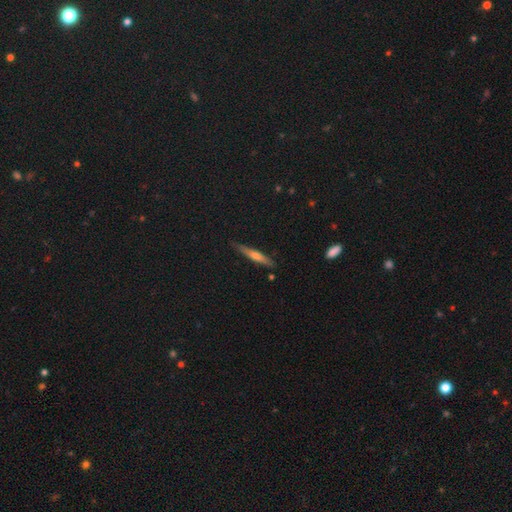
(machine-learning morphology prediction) type=featured or disk (57%); edge-on=yes (96%); edge-on bulge=rounded (73%); merging=none (85%).